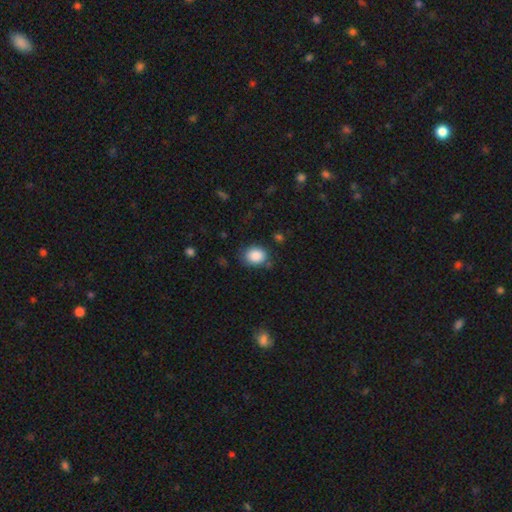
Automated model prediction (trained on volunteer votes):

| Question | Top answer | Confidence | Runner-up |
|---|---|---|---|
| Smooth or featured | smooth | 88% | star or artifact (8%) |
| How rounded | round | 52% | in between (47%) |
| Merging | none | 78% | minor disturbance (15%) |